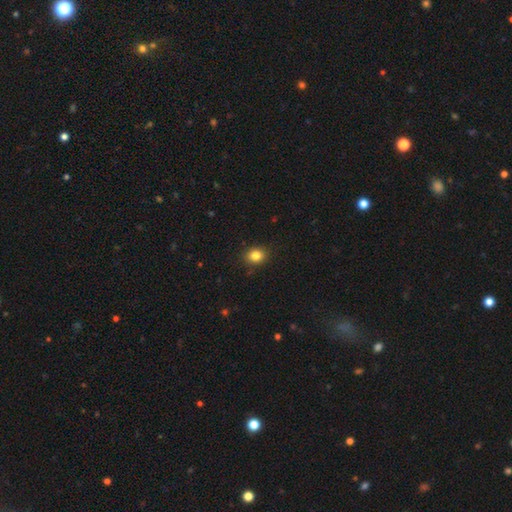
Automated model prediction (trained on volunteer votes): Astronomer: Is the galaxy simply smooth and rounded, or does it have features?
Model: smooth — 84%.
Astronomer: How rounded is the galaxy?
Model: round — 59% (runner-up: in between, 40%).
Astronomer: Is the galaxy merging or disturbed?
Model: none — 89%.